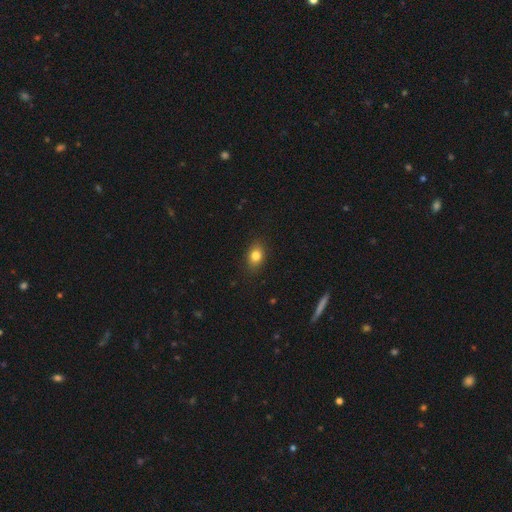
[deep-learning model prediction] Smooth or featured?
  - smooth: 81% *
  - star or artifact: 10%
  - featured or disk: 8%
How rounded?
  - in between: 68% *
  - round: 30%
  - cigar-shaped: 2%
Merging?
  - none: 86% *
  - minor disturbance: 11%
  - major disturbance: 2%
  - merger: 1%